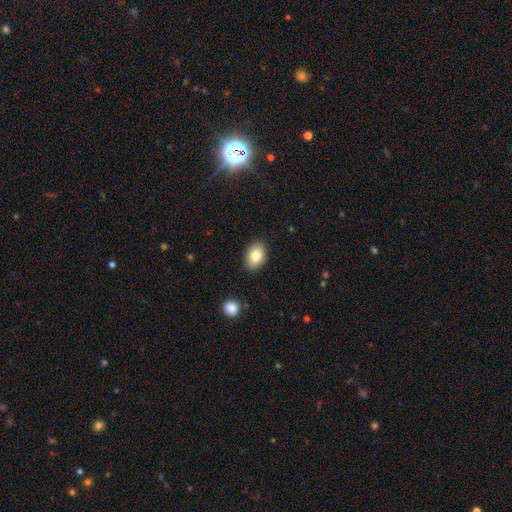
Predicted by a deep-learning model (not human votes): Smooth or featured? smooth (80%)
How rounded? in between (75%)
Merging? none (86%)